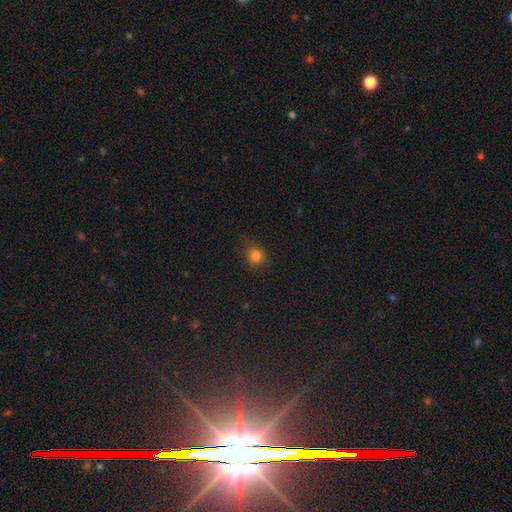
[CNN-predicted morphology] This appears to be a smooth galaxy with no disk features (79%) that is round (84%). Merging: none (76%).